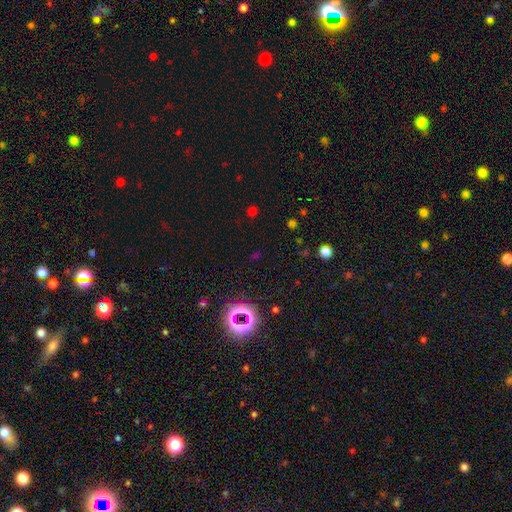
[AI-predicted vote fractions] smooth-or-featured: star or artifact: 68% | smooth: 24% | featured or disk: 8%